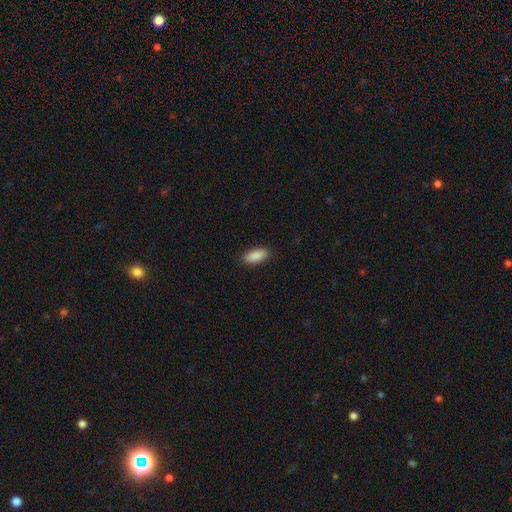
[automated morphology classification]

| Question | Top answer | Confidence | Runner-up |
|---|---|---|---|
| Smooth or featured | smooth | 89% | star or artifact (6%) |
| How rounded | in between | 82% | cigar-shaped (16%) |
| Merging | none | 89% | minor disturbance (8%) |